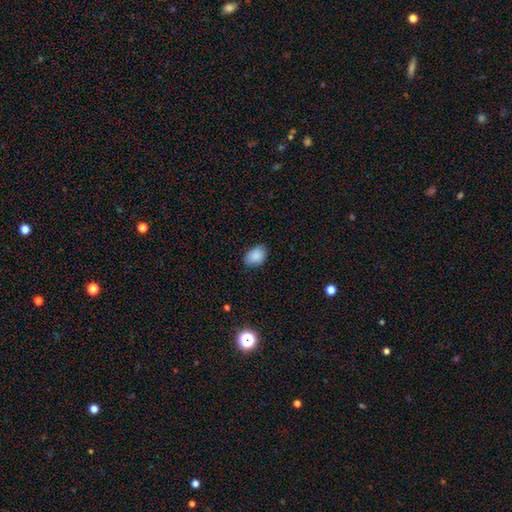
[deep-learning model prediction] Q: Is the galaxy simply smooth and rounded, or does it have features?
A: smooth — 89%.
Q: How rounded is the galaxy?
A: in between — 82%.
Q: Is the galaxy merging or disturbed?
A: none — 80%.